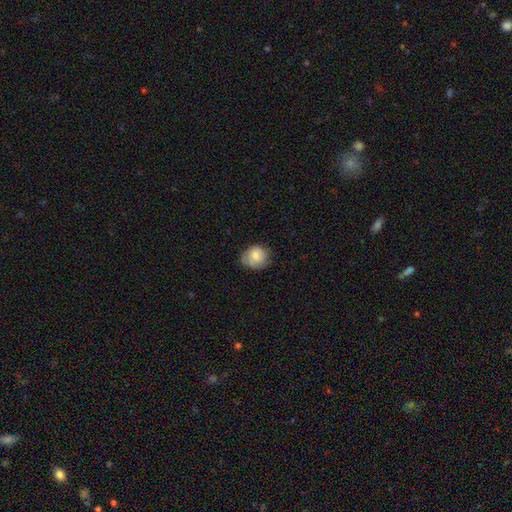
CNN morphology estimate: type=smooth (76%); roundness=round (72%); merging=none (66%).